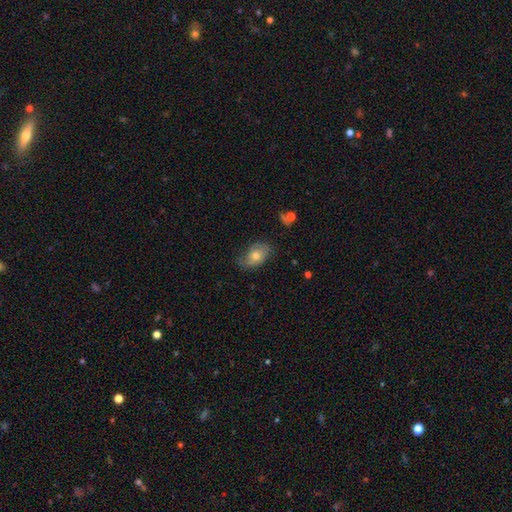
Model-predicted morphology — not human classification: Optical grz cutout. It shows a smooth galaxy with no disk features (67%) that is in between round and cigar-shaped (87%). Merging: none (60%).